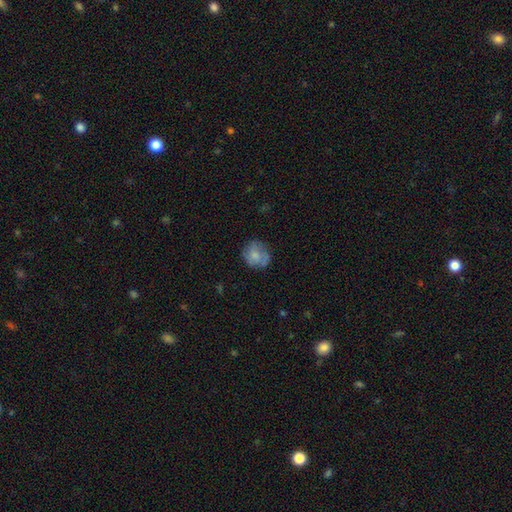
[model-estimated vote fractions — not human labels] smooth 64%, featured or disk 28%, star or artifact 8%. Down the decision tree: how rounded — round (79%); merging — none (69%).